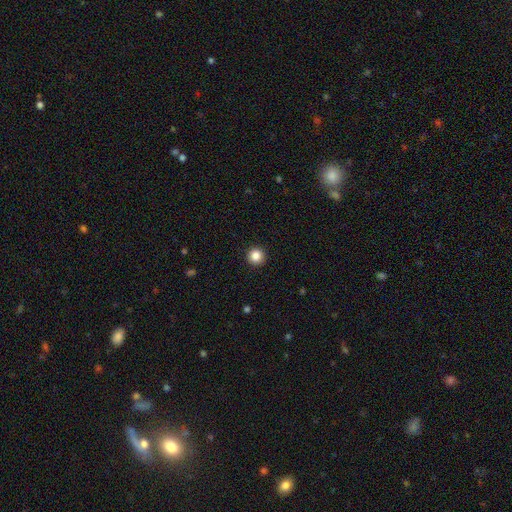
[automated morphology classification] Smooth or featured?
  - smooth: 86% *
  - star or artifact: 10%
  - featured or disk: 4%
How rounded?
  - round: 96% *
  - in between: 3%
  - cigar-shaped: 1%
Merging?
  - none: 93% *
  - minor disturbance: 4%
  - major disturbance: 2%
  - merger: 1%